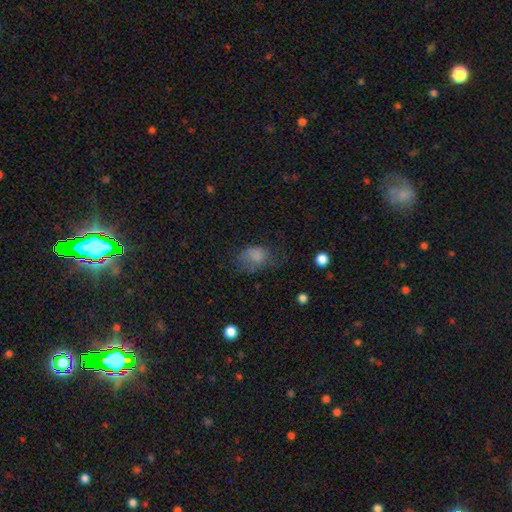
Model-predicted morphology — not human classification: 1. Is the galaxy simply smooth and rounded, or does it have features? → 74% smooth, 13% featured or disk, 12% star or artifact.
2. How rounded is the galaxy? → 69% in between, 29% round, 1% cigar-shaped.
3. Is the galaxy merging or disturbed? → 38% none, 30% minor disturbance, 30% major disturbance, 2% merger.